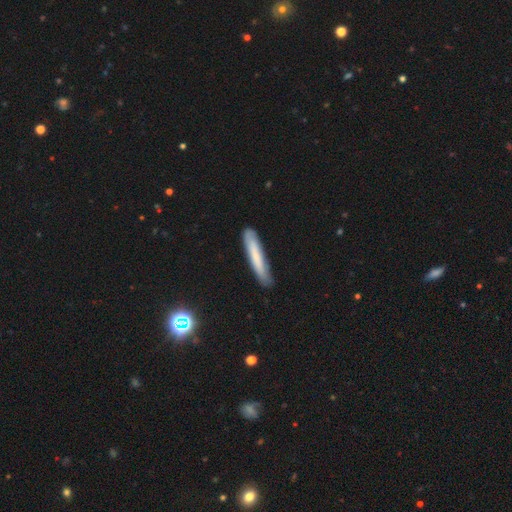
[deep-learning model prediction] A smooth galaxy with no disk features (68%) that is cigar-shaped (93%).

Vote fractions:
- Smooth or featured? smooth: 68% / featured or disk: 25% / star or artifact: 7%
- How rounded? cigar-shaped: 93% / in between: 6% / round: 1%
- Merging? none: 82% / minor disturbance: 14% / major disturbance: 3% / merger: 2%